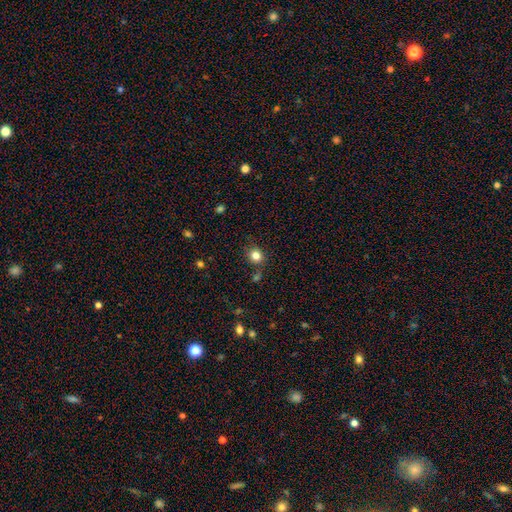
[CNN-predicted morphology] smooth 82%, star or artifact 13%, featured or disk 6%. Down the decision tree: how rounded — round (78%); merging — none (80%).